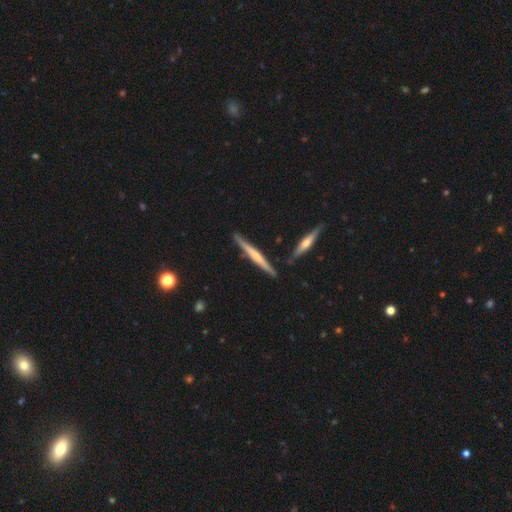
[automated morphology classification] Smooth or featured? Predicted: featured or disk (p=0.55). Edge-on disk? Predicted: yes (p=0.97). Edge-on bulge? Predicted: none (p=0.47). Merging? Predicted: none (p=0.85).